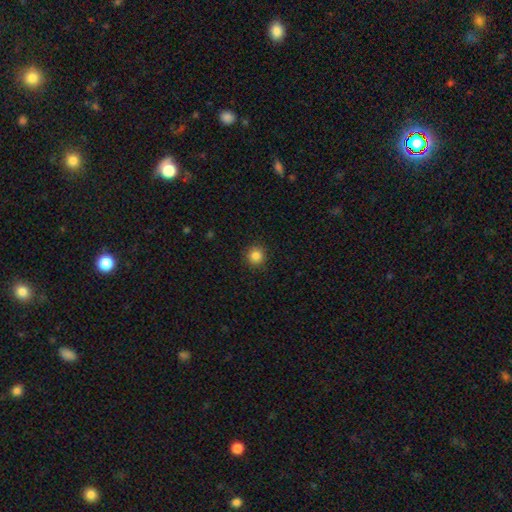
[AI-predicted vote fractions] Overall: smooth (85%). How rounded: round (94%). Merging: none (91%).